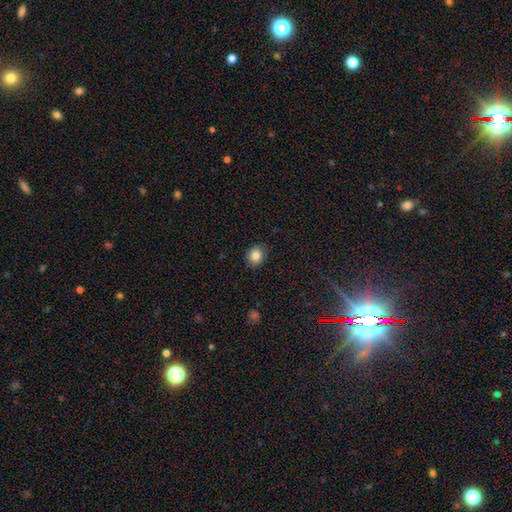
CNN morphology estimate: This is clearly a smooth galaxy (84%). How rounded: likely round (69%). Merging: clearly none (89%).